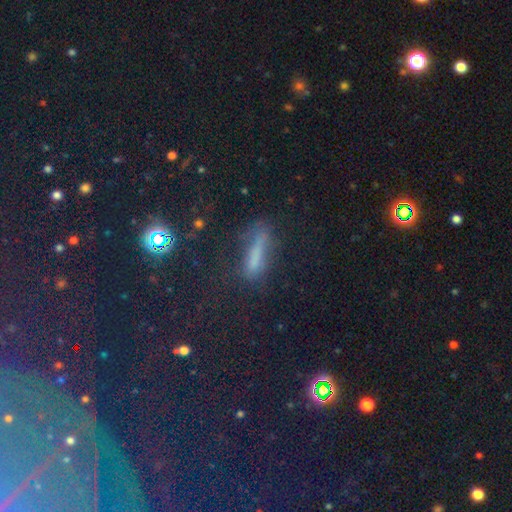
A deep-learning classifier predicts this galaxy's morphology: Smooth or featured: smooth — 51% (star or artifact — 30%)
How rounded: cigar-shaped — 75% (in between — 19%)
Merging: none — 53% (minor disturbance — 24%)